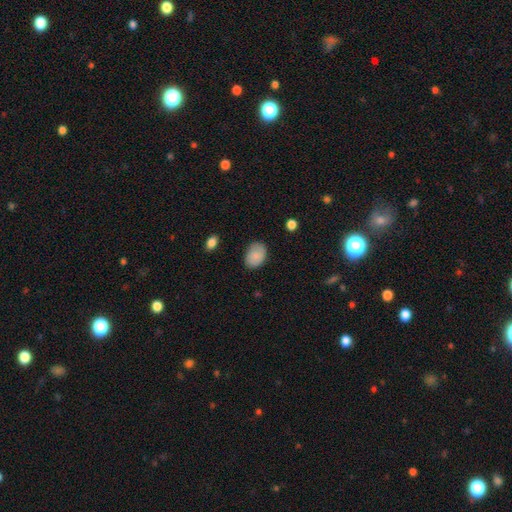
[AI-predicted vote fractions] A smooth galaxy with no disk features (84%) that is in between round and cigar-shaped (77%). Merging: none (77%).